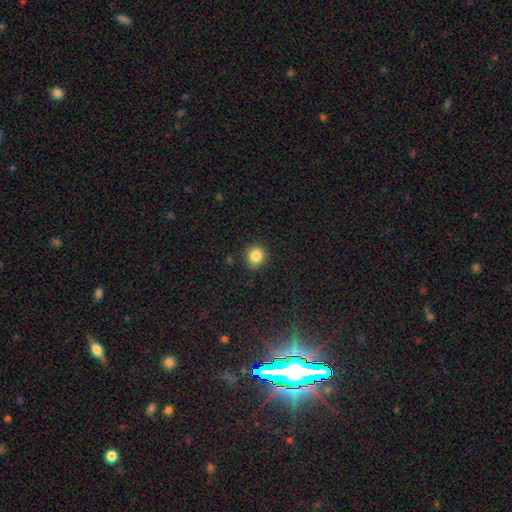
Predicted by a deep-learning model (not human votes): Morphology: type=smooth (85%); roundness=round (87%); merging=none (86%).